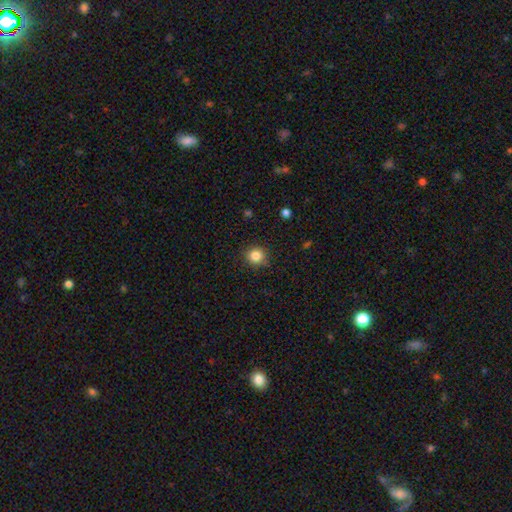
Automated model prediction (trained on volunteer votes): The model was most divided on "smooth or featured": smooth: 84%, star or artifact: 11%, featured or disk: 5%. More confident: how rounded — round (90%); merging — none (88%).